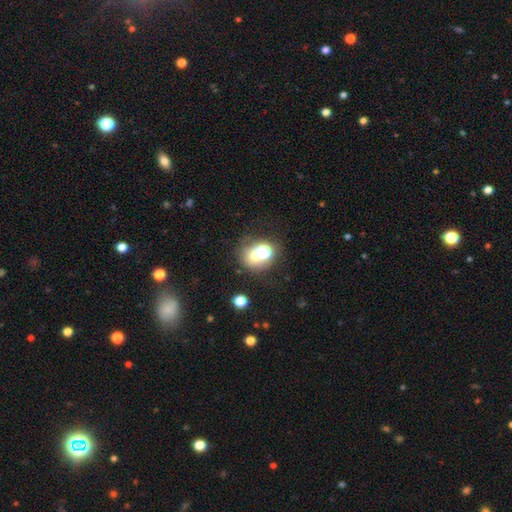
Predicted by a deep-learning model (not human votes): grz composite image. It shows a smooth galaxy with no disk features (60%) that is round (74%). Merging: none (48%).